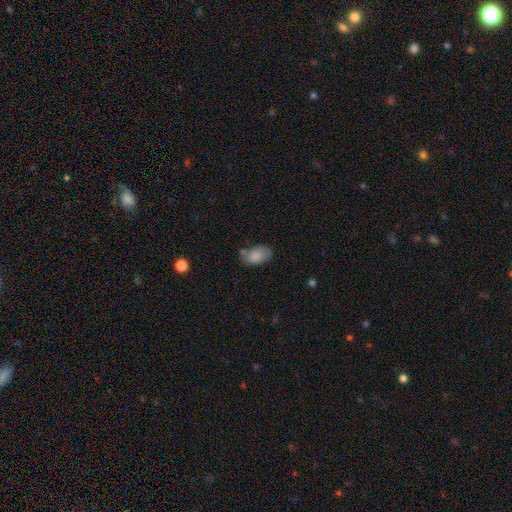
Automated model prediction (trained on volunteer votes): A smooth galaxy with no disk features (83%) that is in between round and cigar-shaped (92%). Merging: none (60%).